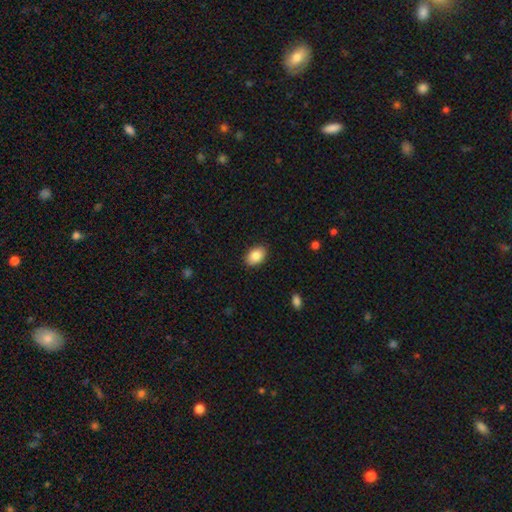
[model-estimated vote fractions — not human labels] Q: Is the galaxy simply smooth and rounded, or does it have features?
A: smooth — 86%.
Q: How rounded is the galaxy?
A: in between — 84%.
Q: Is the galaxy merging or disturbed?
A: none — 88%.